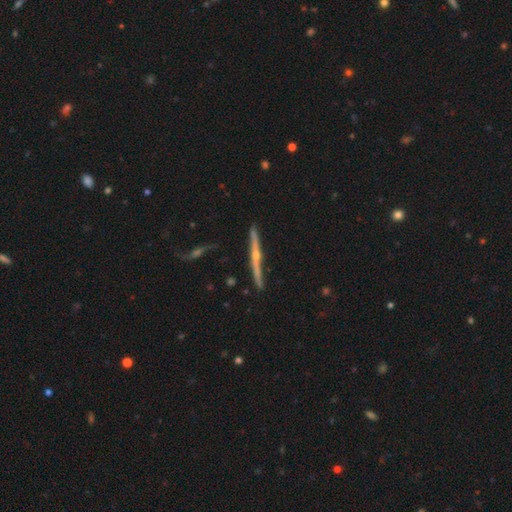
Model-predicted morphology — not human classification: A featured or disk galaxy (84%) viewed edge-on (97%) with a rounded central bulge (86%).

Vote fractions:
- Smooth or featured? featured or disk: 84% / smooth: 11% / star or artifact: 6%
- Edge-on disk? yes: 97% / no: 3%
- Edge-on bulge? rounded: 86% / none: 11% / boxy: 3%
- Merging? none: 85% / minor disturbance: 11% / major disturbance: 2% / merger: 2%